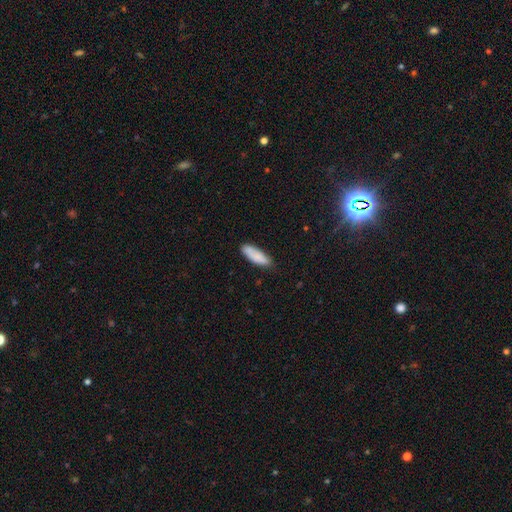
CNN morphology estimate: smooth 85%, featured or disk 9%, star or artifact 6%. Down the decision tree: how rounded — in between (57%); merging — none (76%).